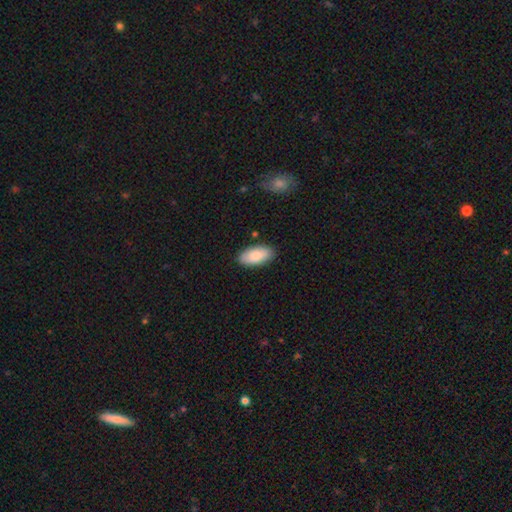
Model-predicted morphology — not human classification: smooth_or_featured: smooth (p=0.85) [alt: featured or disk p=0.09]
how_rounded: in between (p=0.94) [alt: cigar-shaped p=0.04]
merging: none (p=0.87) [alt: minor disturbance p=0.10]